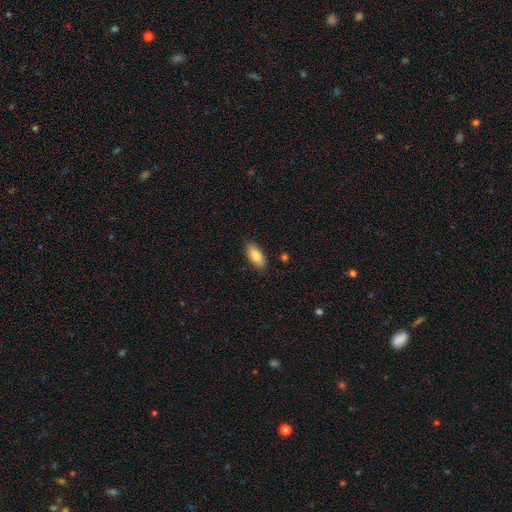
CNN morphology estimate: Smooth or featured?
  - smooth: 81% *
  - featured or disk: 13%
  - star or artifact: 6%
How rounded?
  - in between: 82% *
  - cigar-shaped: 15%
  - round: 2%
Merging?
  - none: 86% *
  - minor disturbance: 10%
  - major disturbance: 2%
  - merger: 1%